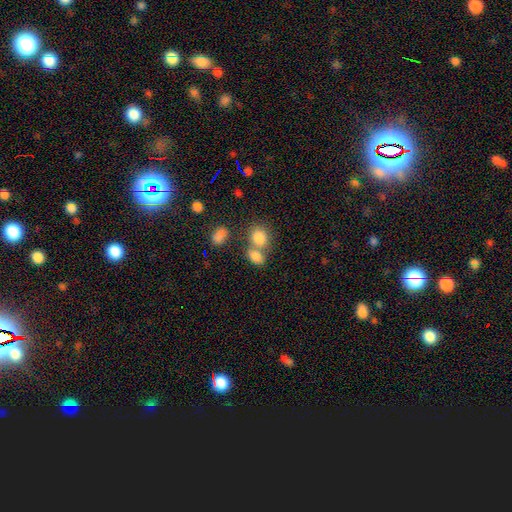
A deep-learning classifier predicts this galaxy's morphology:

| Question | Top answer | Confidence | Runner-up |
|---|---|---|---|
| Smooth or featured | smooth | 81% | star or artifact (10%) |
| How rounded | in between | 68% | round (30%) |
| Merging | merger | 49% | none (38%) |